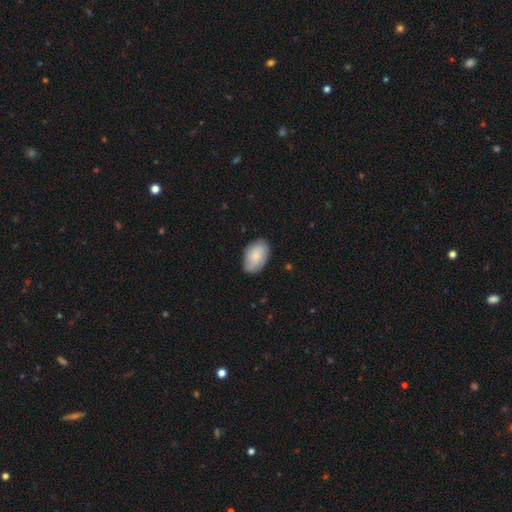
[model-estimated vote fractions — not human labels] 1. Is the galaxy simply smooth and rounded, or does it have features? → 81% smooth, 13% featured or disk, 6% star or artifact.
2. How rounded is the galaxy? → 92% in between, 7% round, 1% cigar-shaped.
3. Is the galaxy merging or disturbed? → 81% none, 15% minor disturbance, 3% major disturbance, 1% merger.